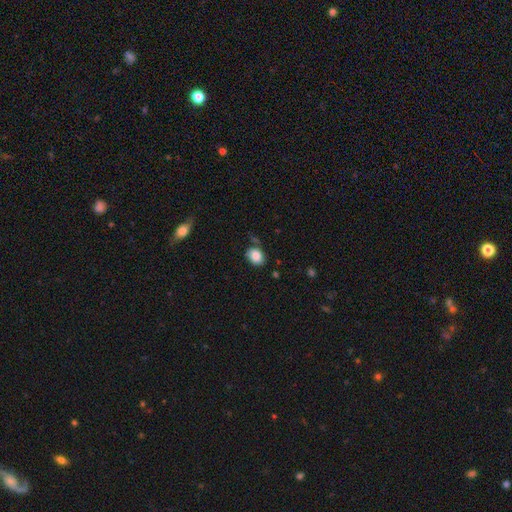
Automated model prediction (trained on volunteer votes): The model was most divided on "how rounded": in between: 60%, round: 39%, cigar-shaped: 1%. More confident: smooth or featured — smooth (85%); merging — none (70%).